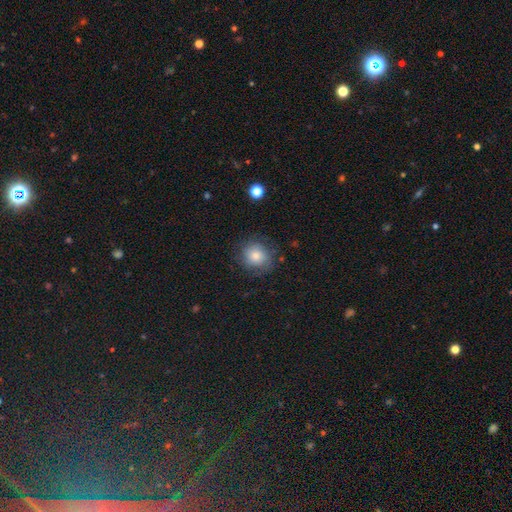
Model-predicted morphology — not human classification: type=smooth (79%); roundness=round (82%); merging=none (75%).